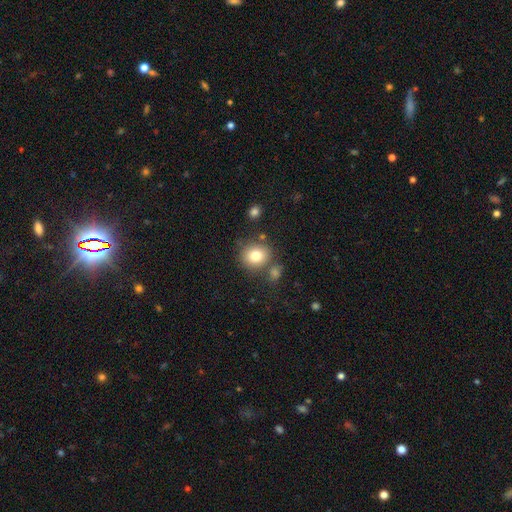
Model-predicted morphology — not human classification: smooth_or_featured: smooth (p=0.78) [alt: star or artifact p=0.11]
how_rounded: round (p=0.82) [alt: in between p=0.17]
merging: none (p=0.73) [alt: merger p=0.12]